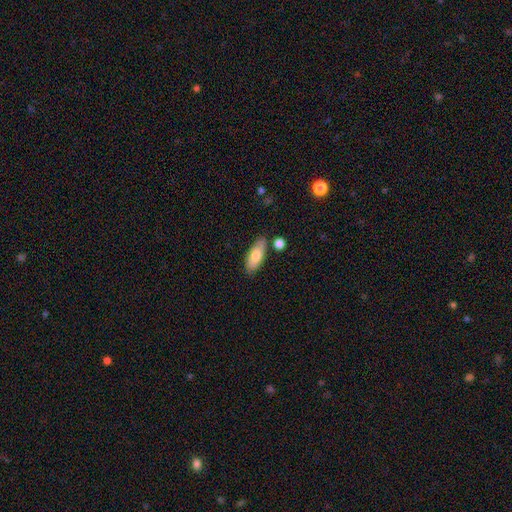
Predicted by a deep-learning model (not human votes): smooth 77%, featured or disk 17%, star or artifact 6%. Down the decision tree: how rounded — in between (79%); merging — none (78%).